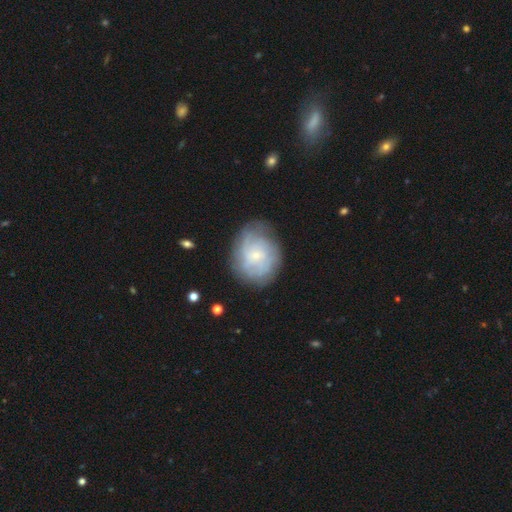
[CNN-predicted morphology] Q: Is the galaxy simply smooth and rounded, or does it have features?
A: featured or disk — 63%.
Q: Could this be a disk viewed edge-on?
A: no — 97%.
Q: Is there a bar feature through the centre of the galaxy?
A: no — 73%.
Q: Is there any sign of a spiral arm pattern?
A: yes — 82%.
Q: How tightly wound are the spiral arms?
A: tight — 54%.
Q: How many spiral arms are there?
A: can't tell — 52%.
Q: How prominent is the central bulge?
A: small — 80%.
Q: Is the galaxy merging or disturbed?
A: none — 72%.